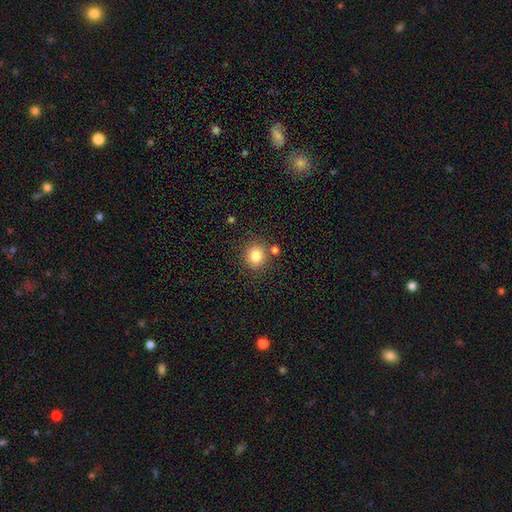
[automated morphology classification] smooth-or-featured: smooth: 82% | star or artifact: 12% | featured or disk: 6%
  how-rounded: round: 87% | in between: 12% | cigar-shaped: 1%
  merging: none: 79% | minor disturbance: 9% | merger: 9% | major disturbance: 3%